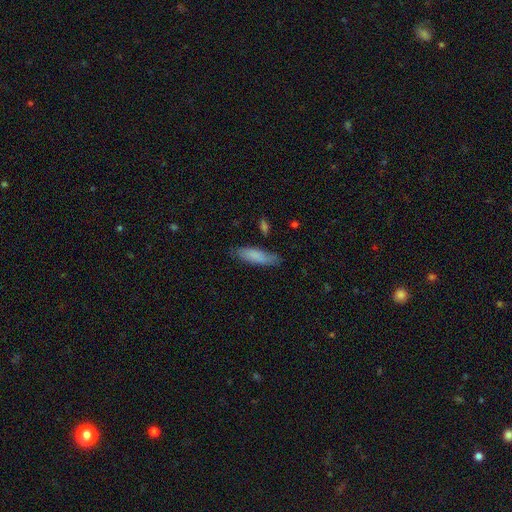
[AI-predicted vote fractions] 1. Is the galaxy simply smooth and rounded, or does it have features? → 79% smooth, 15% featured or disk, 6% star or artifact.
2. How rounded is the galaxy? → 57% cigar-shaped, 42% in between, 2% round.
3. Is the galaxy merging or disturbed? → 77% none, 18% minor disturbance, 3% major disturbance, 2% merger.